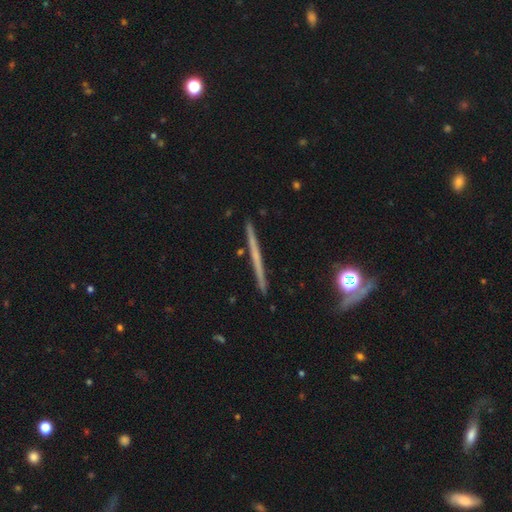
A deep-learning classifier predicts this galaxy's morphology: Smooth or featured: featured or disk — 61% (smooth — 31%)
Edge-on disk: yes — 97% (no — 3%)
Edge-on bulge: none — 85% (rounded — 11%)
Merging: none — 90% (minor disturbance — 7%)